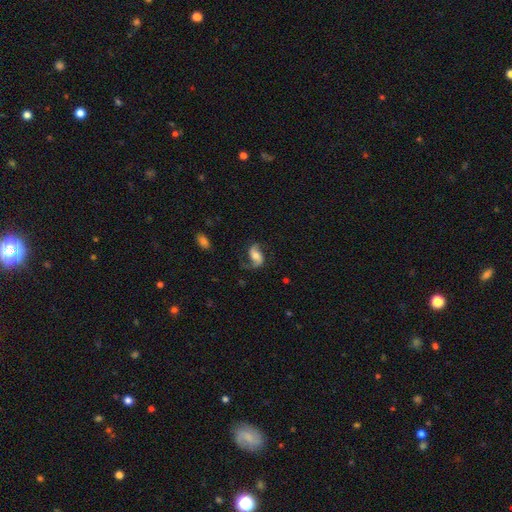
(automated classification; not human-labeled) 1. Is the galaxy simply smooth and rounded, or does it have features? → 79% featured or disk, 14% smooth, 7% star or artifact.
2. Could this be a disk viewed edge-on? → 97% no, 3% yes.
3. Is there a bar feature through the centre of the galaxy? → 44% no, 36% weak, 19% strong.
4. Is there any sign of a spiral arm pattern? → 95% yes, 5% no.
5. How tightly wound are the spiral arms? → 58% loose, 34% medium, 9% tight.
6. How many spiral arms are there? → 82% 2, 13% 1, 2% can't tell, 1% 3, 1% 4, 1% more than 4.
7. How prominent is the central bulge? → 54% moderate, 23% small, 15% large, 5% none, 2% dominant.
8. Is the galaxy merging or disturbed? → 66% none, 17% minor disturbance, 15% major disturbance, 2% merger.